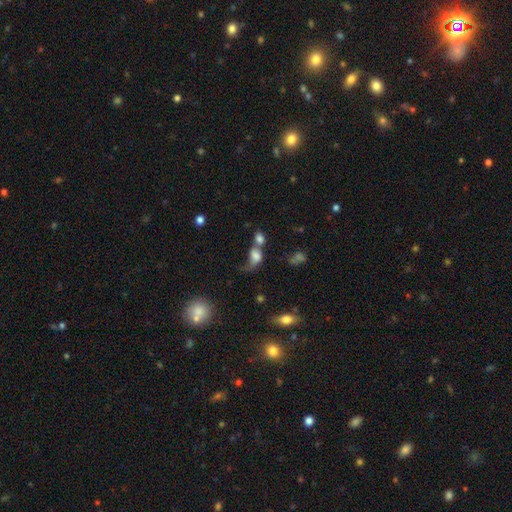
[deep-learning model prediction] Smooth or featured?
  - smooth: 66% *
  - featured or disk: 21%
  - star or artifact: 13%
How rounded?
  - in between: 64% *
  - round: 33%
  - cigar-shaped: 3%
Merging?
  - merger: 44% *
  - major disturbance: 24%
  - none: 18%
  - minor disturbance: 13%